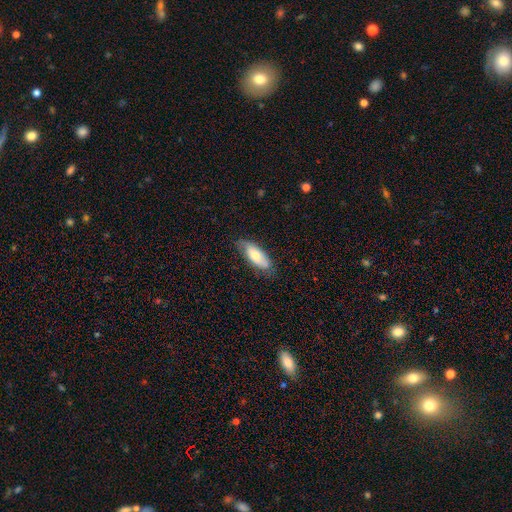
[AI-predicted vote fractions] The model was most divided on "smooth or featured": smooth: 65%, featured or disk: 29%, star or artifact: 6%. More confident: how rounded — in between (81%); merging — none (72%).